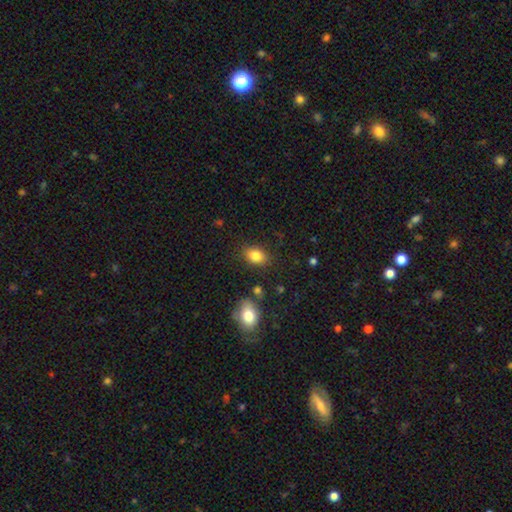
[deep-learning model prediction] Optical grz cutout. It shows a smooth galaxy with no disk features (83%) that is in between round and cigar-shaped (78%). Merging: none (83%).